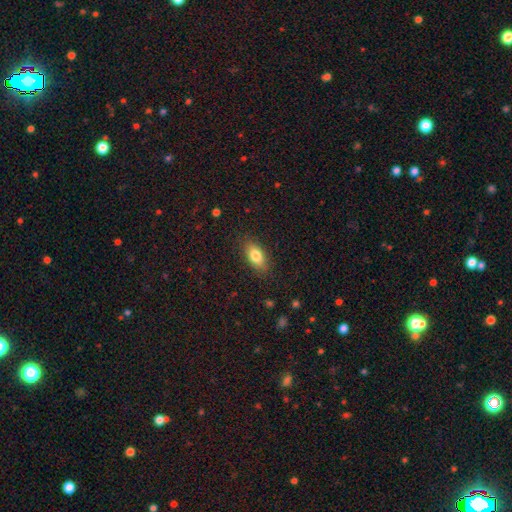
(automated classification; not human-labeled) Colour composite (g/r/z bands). It shows a smooth galaxy with no disk features (81%) that is in between round and cigar-shaped (86%). Merging: none (86%).